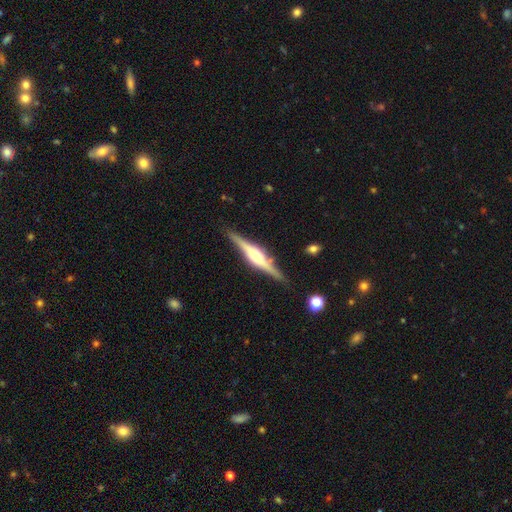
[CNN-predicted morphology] A featured or disk galaxy (81%) viewed edge-on (98%) with a rounded central bulge (84%).

Vote fractions:
- Smooth or featured? featured or disk: 81% / smooth: 14% / star or artifact: 5%
- Edge-on disk? yes: 98% / no: 2%
- Edge-on bulge? rounded: 84% / boxy: 13% / none: 3%
- Merging? none: 87% / minor disturbance: 9% / merger: 2% / major disturbance: 2%